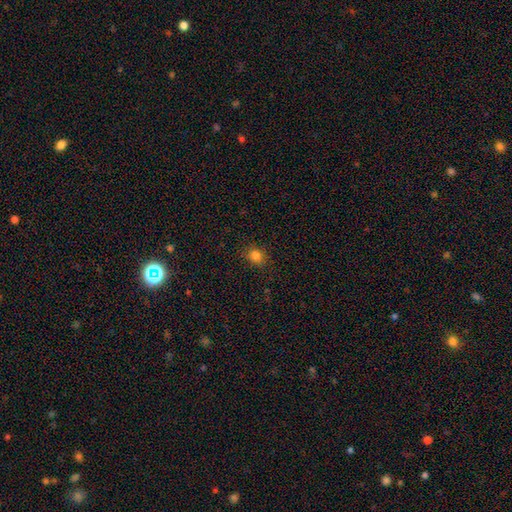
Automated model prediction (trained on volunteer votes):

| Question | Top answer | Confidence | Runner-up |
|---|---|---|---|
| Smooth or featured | smooth | 82% | star or artifact (13%) |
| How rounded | round | 71% | in between (28%) |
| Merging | none | 87% | minor disturbance (9%) |